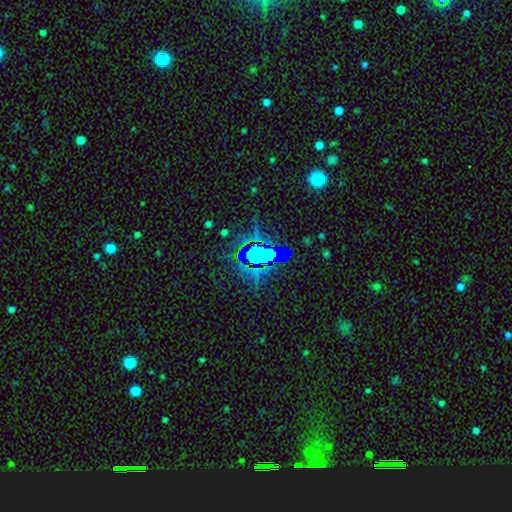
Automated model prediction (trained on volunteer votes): Morphology: type=star or artifact (70%).